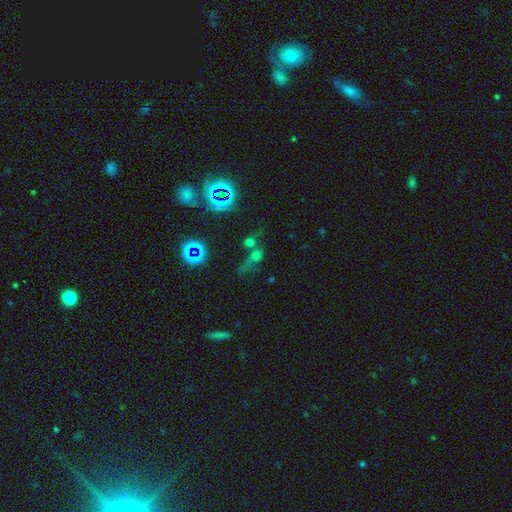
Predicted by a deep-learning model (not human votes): This appears to be a smooth galaxy with no disk features (43%). Merging: merger (43%).